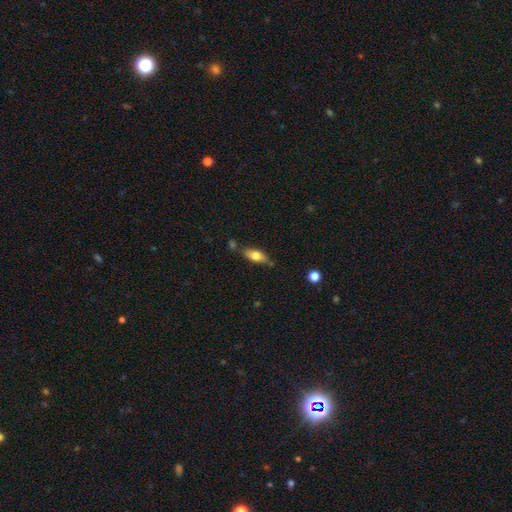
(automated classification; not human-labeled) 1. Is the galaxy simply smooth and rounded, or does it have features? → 68% smooth, 25% featured or disk, 7% star or artifact.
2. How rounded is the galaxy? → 74% in between, 22% cigar-shaped, 4% round.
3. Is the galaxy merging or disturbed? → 69% none, 19% minor disturbance, 8% merger, 4% major disturbance.